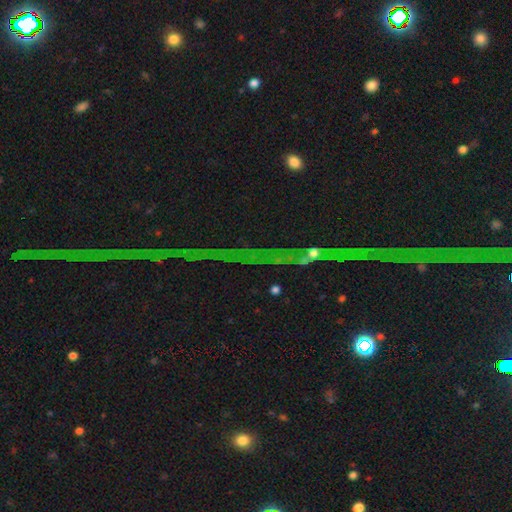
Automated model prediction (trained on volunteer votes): Smooth or featured? Predicted: star or artifact (p=0.80).